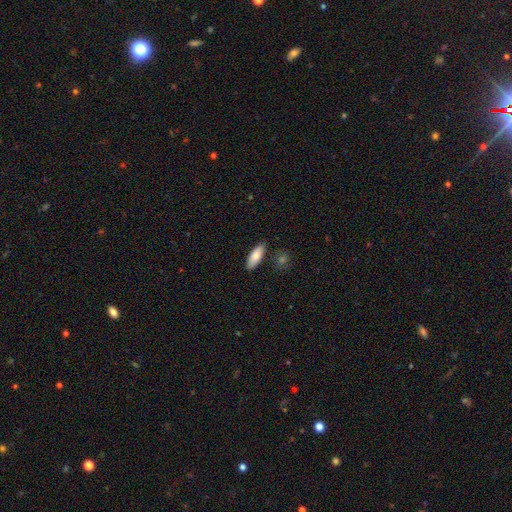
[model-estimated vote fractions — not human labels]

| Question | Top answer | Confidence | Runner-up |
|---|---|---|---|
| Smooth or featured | smooth | 81% | featured or disk (13%) |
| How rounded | in between | 69% | cigar-shaped (29%) |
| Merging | none | 83% | minor disturbance (12%) |